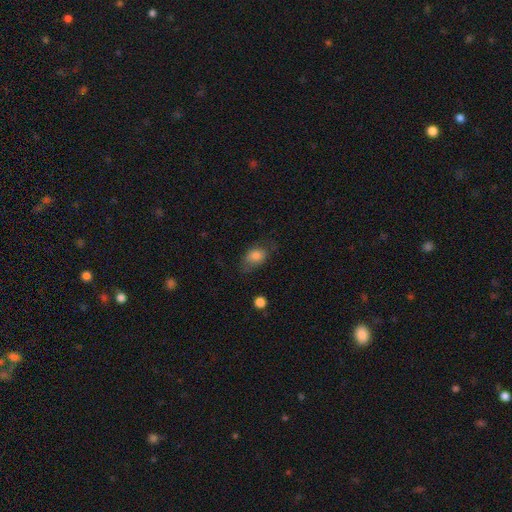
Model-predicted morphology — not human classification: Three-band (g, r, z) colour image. It shows a smooth galaxy with no disk features (79%) that is in between round and cigar-shaped (77%). Merging: none (56%).